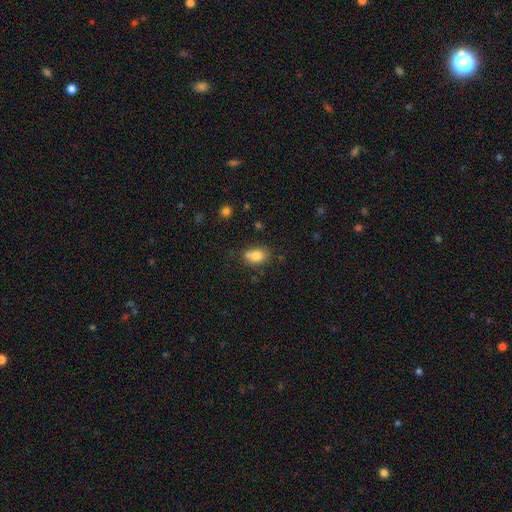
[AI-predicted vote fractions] smooth_or_featured: smooth (p=0.80) [alt: star or artifact p=0.10]
how_rounded: in between (p=0.71) [alt: round p=0.27]
merging: none (p=0.56) [alt: minor disturbance p=0.20]